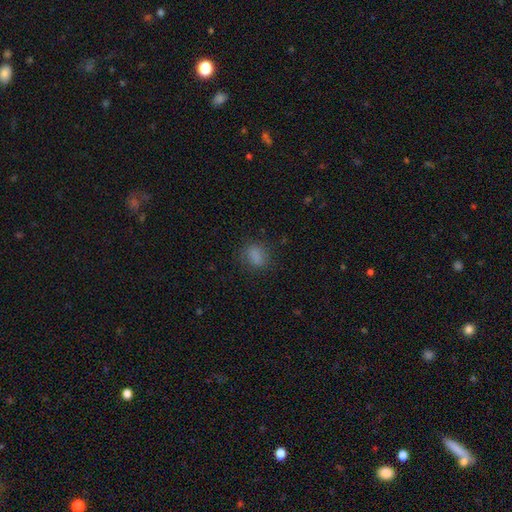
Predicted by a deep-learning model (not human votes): This is clearly a smooth galaxy (81%). How rounded: possibly in between (55%). Merging: likely none (77%).